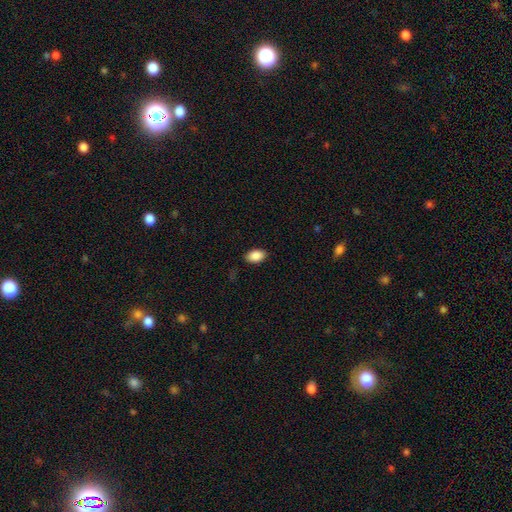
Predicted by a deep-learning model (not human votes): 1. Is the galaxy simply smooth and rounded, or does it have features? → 89% smooth, 7% star or artifact, 3% featured or disk.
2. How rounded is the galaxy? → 90% in between, 9% round, 1% cigar-shaped.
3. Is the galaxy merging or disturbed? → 87% none, 9% minor disturbance, 2% major disturbance, 1% merger.